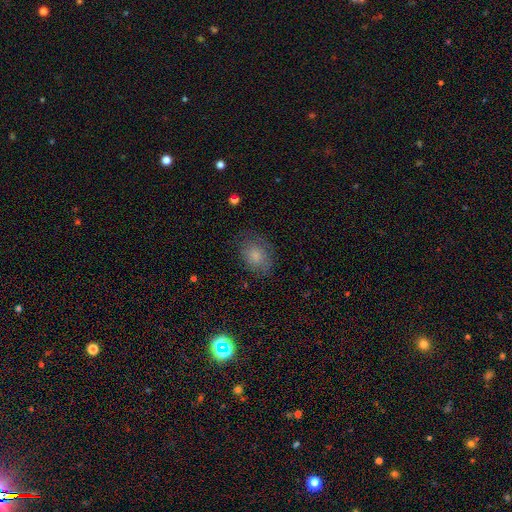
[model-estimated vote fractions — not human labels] Overall: smooth (76%). How rounded: in between (65%; round 33%). Merging: none (71%).